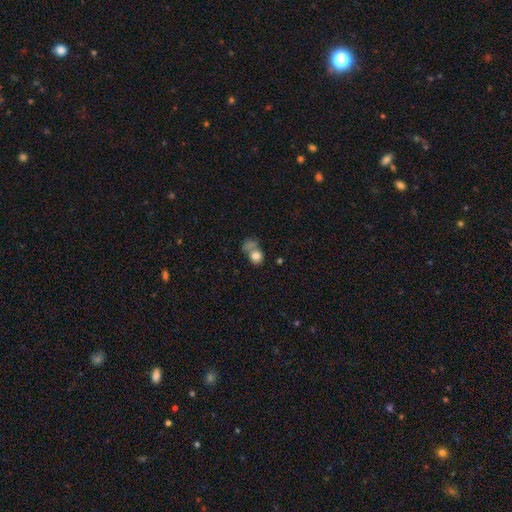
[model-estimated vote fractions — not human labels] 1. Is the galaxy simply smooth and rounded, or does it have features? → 76% smooth, 13% featured or disk, 10% star or artifact.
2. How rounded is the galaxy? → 55% round, 43% in between, 1% cigar-shaped.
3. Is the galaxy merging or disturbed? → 35% merger, 30% none, 20% major disturbance, 15% minor disturbance.